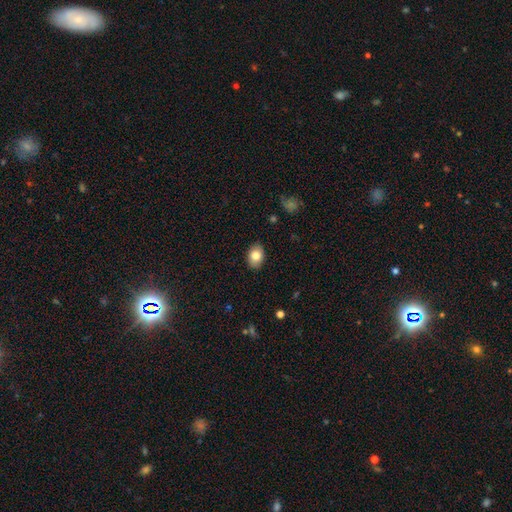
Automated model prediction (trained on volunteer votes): Smooth or featured? smooth (82%)
How rounded? in between (79%)
Merging? none (88%)